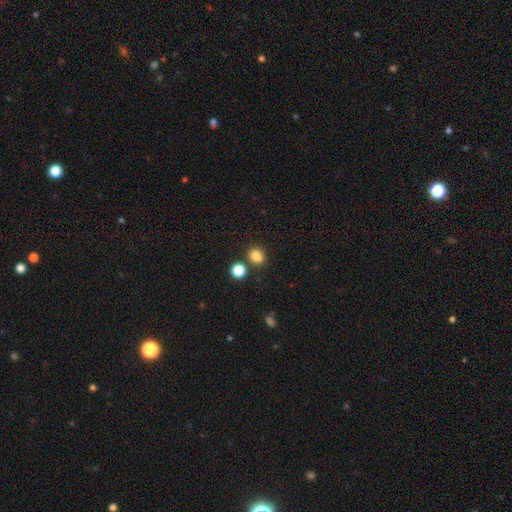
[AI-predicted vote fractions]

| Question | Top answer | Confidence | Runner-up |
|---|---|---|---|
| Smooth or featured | smooth | 83% | star or artifact (12%) |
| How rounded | round | 71% | in between (28%) |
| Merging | none | 76% | merger (12%) |